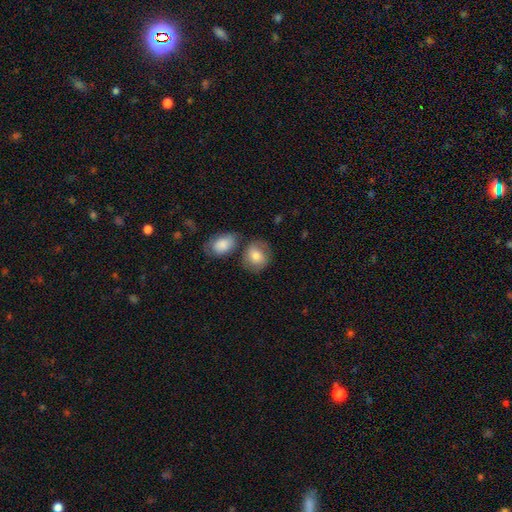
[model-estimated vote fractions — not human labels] smooth 74%, featured or disk 19%, star or artifact 7%. Down the decision tree: how rounded — round (60%); merging — none (60%).